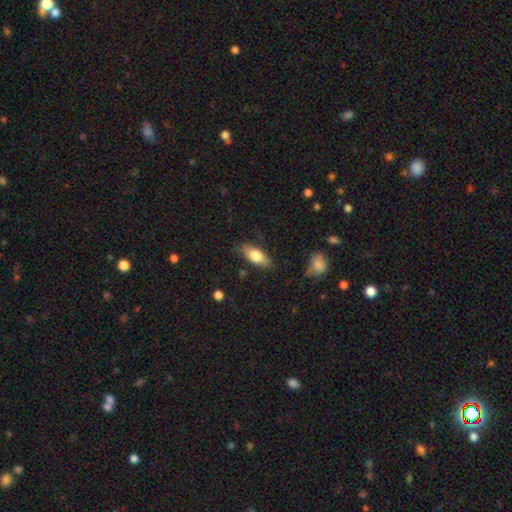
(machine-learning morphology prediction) Overall: smooth (73%). How rounded: in between (81%). Merging: none (79%).